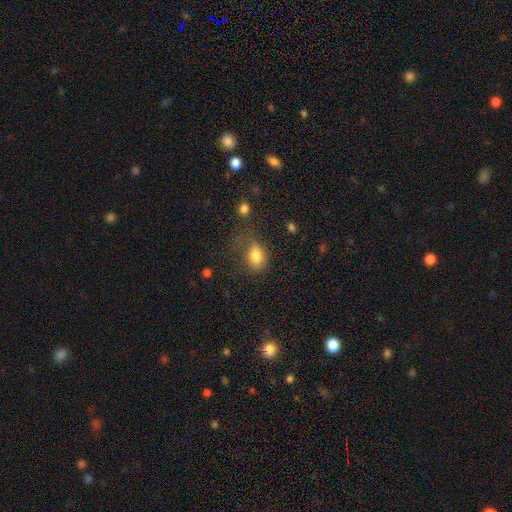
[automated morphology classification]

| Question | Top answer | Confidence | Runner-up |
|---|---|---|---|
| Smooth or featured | smooth | 81% | star or artifact (10%) |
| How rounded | in between | 68% | round (31%) |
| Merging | none | 47% | minor disturbance (25%) |